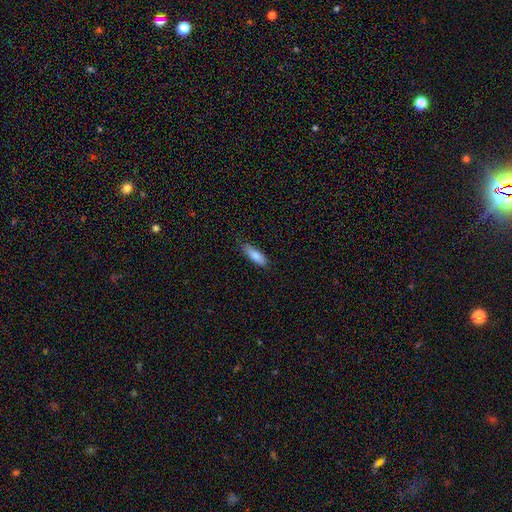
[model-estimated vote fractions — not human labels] Q: Smooth or featured?
A: smooth (82%); runner-up: featured or disk (12%)
Q: How rounded?
A: in between (52%); runner-up: cigar-shaped (46%)
Q: Merging?
A: none (81%); runner-up: minor disturbance (15%)